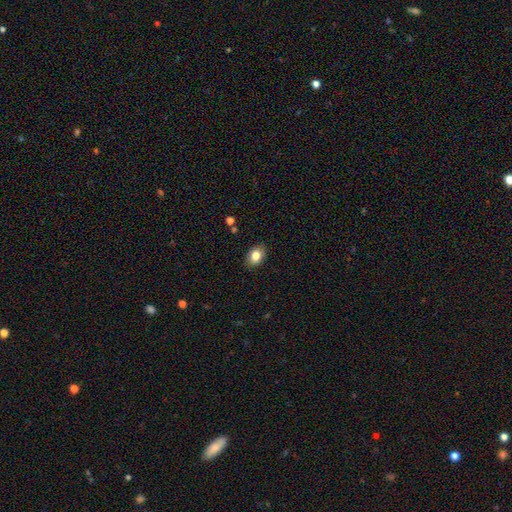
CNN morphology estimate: The model was most divided on "how rounded": in between: 74%, round: 25%, cigar-shaped: 1%. More confident: merging — none (87%); smooth or featured — smooth (82%).